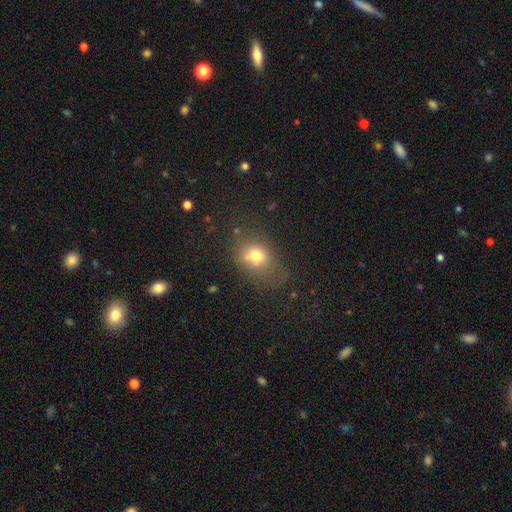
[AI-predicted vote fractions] Overall: smooth (71%). How rounded: in between (54%; round 44%). Merging: none (53%; minor disturbance 23%).